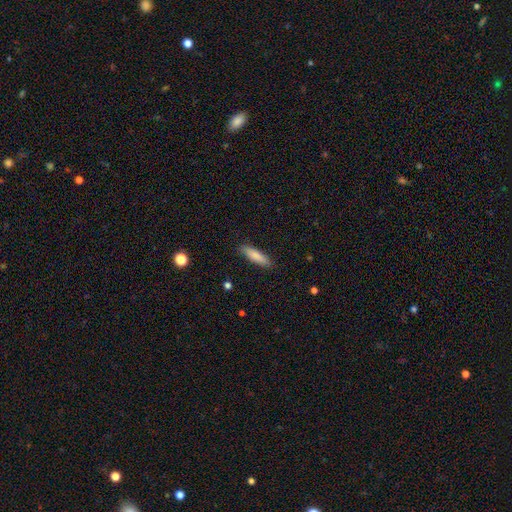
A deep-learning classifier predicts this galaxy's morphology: A smooth galaxy with no disk features (82%) that is cigar-shaped (73%).

Vote fractions:
- Smooth or featured? smooth: 82% / featured or disk: 12% / star or artifact: 6%
- How rounded? cigar-shaped: 73% / in between: 25% / round: 1%
- Merging? none: 88% / minor disturbance: 9% / major disturbance: 2% / merger: 1%